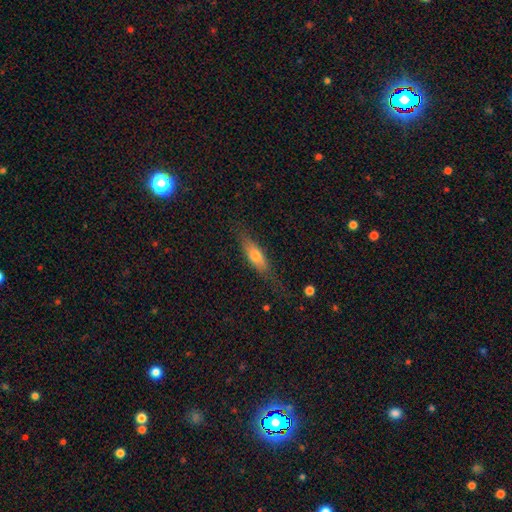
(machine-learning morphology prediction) smooth-or-featured: smooth: 60% | featured or disk: 33% | star or artifact: 7%
  how-rounded: cigar-shaped: 51% | in between: 46% | round: 3%
  merging: none: 69% | minor disturbance: 21% | major disturbance: 8% | merger: 2%